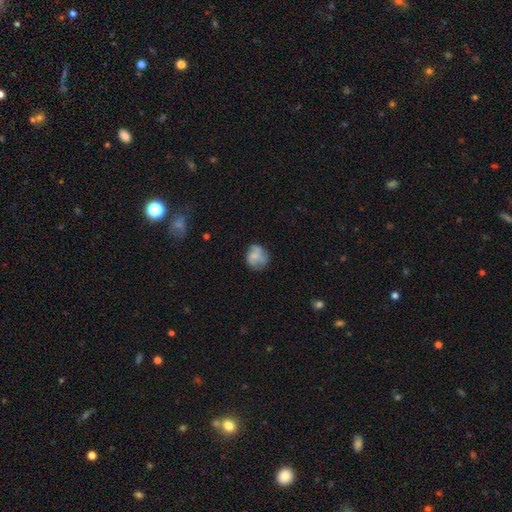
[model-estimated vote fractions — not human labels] This appears to be a smooth galaxy with no disk features (62%) that is round (73%). Merging: none (60%).